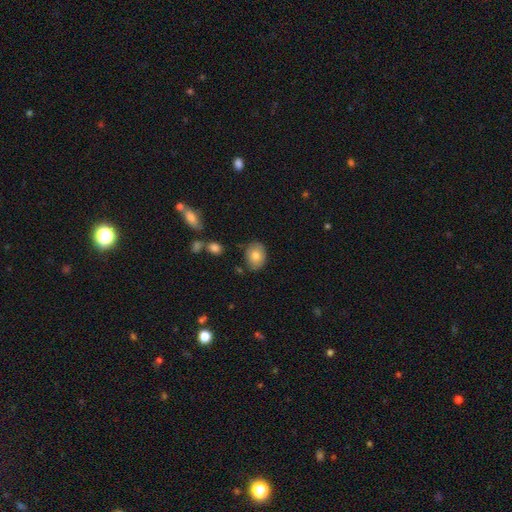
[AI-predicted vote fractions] Smooth or featured? smooth (77%)
How rounded? in between (60%)
Merging? none (80%)